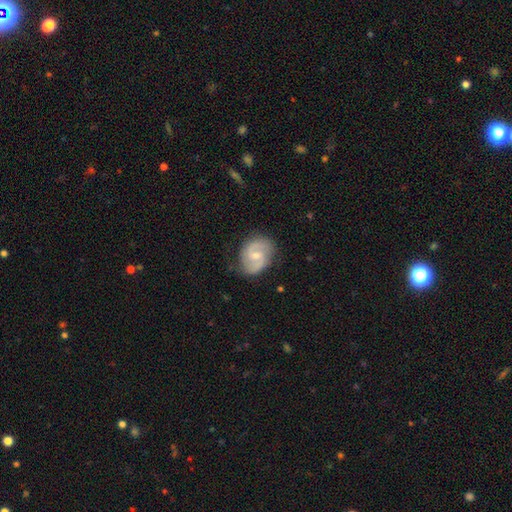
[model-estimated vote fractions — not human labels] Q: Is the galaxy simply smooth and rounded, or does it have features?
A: featured or disk — 78%.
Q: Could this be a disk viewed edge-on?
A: no — 98%.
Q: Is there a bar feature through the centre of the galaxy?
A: weak — 52%.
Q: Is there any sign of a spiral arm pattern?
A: yes — 93%.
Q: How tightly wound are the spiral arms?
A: medium — 52%.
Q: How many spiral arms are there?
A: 2 — 89%.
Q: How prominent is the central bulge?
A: small — 53%.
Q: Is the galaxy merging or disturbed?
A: none — 77%.